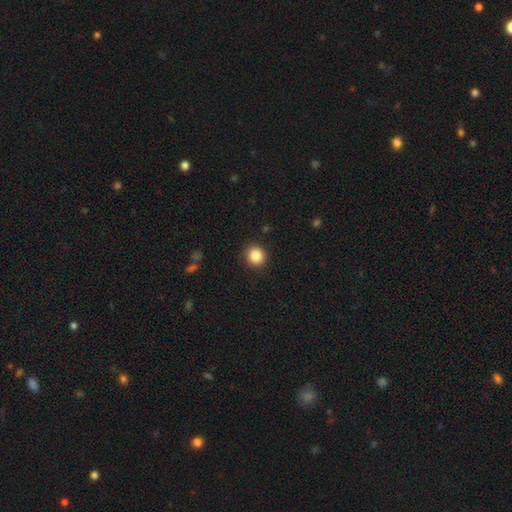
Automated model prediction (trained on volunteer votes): Smooth or featured? Predicted: smooth (p=0.86). How rounded? Predicted: round (p=0.91). Merging? Predicted: none (p=0.91).